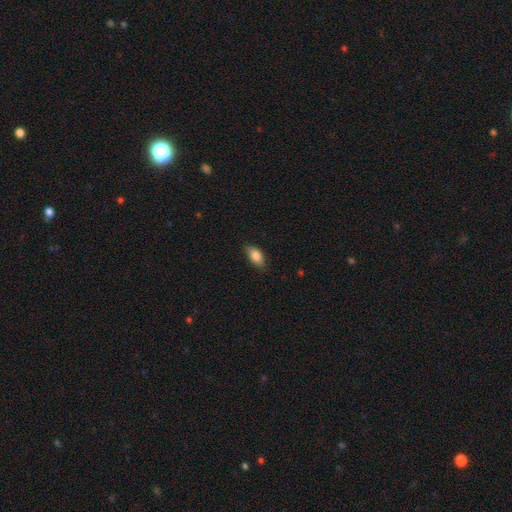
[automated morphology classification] Q: Smooth or featured?
A: smooth (82%); runner-up: featured or disk (11%)
Q: How rounded?
A: in between (87%); runner-up: cigar-shaped (7%)
Q: Merging?
A: none (76%); runner-up: minor disturbance (19%)